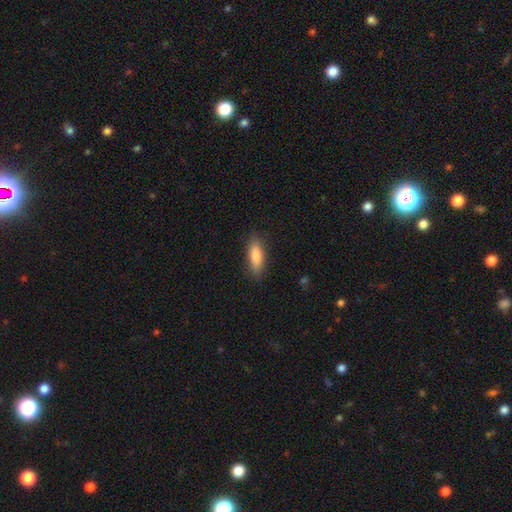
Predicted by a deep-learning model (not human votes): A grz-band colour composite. It shows a smooth galaxy with no disk features (80%) that is in between round and cigar-shaped (59%). Merging: none (86%).